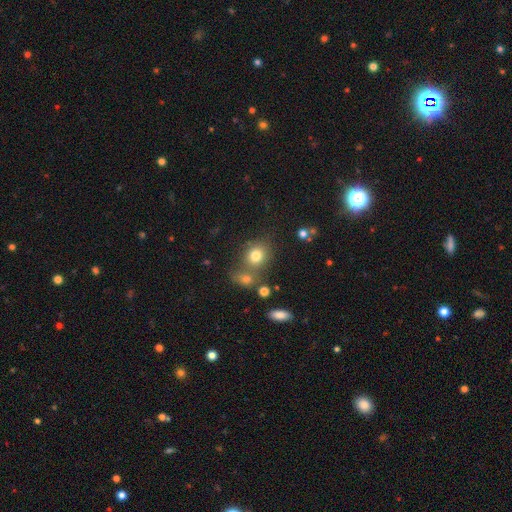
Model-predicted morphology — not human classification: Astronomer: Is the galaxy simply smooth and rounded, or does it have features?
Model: smooth — 78%.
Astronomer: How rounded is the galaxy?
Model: round — 64%.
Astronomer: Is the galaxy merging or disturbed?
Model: none — 58%.